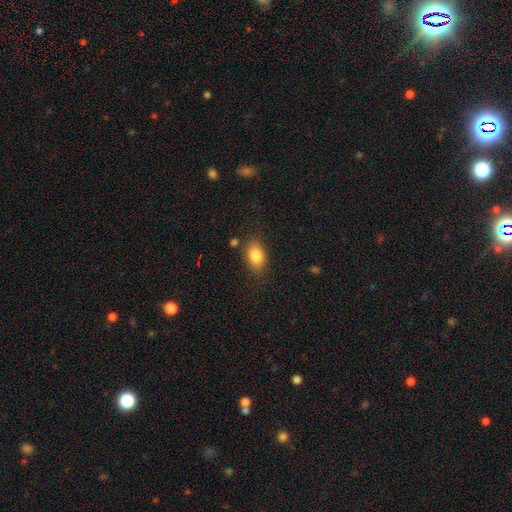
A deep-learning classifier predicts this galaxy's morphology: This is clearly a smooth galaxy (84%). How rounded: clearly in between (83%). Merging: likely none (80%).